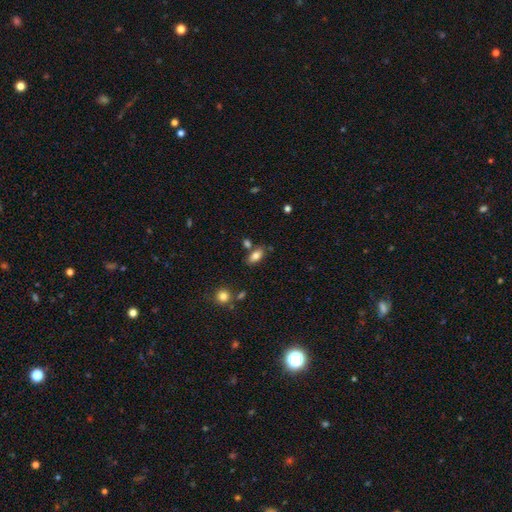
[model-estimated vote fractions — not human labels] This appears to be a smooth galaxy with no disk features (80%) that is in between round and cigar-shaped (90%). Merging: none (73%).